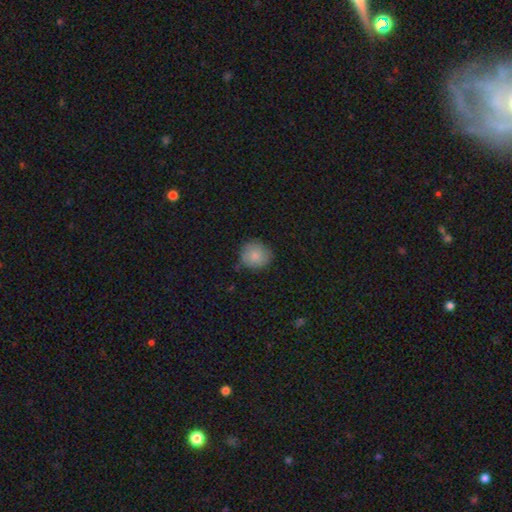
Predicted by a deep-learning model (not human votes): smooth-or-featured: smooth: 84% | star or artifact: 8% | featured or disk: 8%
  how-rounded: round: 86% | in between: 13% | cigar-shaped: 1%
  merging: none: 75% | minor disturbance: 20% | major disturbance: 3% | merger: 2%